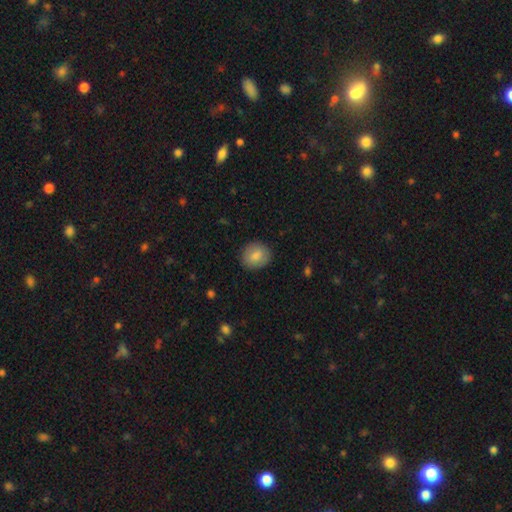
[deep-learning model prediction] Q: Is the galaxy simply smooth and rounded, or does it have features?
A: smooth — 83%.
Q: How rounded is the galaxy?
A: round — 73%.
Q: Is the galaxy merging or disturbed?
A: none — 88%.